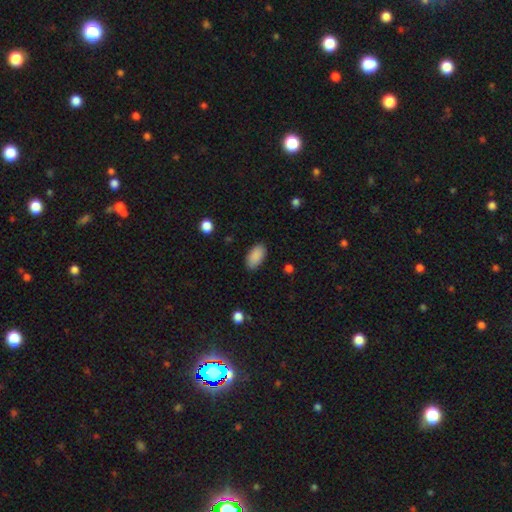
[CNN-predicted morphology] Smooth or featured?
  - smooth: 89% *
  - star or artifact: 7%
  - featured or disk: 4%
How rounded?
  - in between: 94% *
  - round: 3%
  - cigar-shaped: 3%
Merging?
  - none: 86% *
  - minor disturbance: 10%
  - major disturbance: 2%
  - merger: 1%